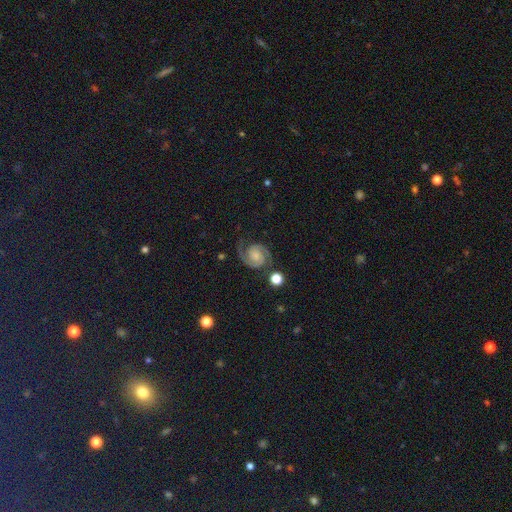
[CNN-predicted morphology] Smooth or featured? Predicted: featured or disk (p=0.89). Edge-on disk? Predicted: no (p=0.98). Bar? Predicted: no (p=0.67). Spiral arms? Predicted: yes (p=0.98). Spiral winding? Predicted: medium (p=0.47). Spiral arm count? Predicted: 2 (p=0.94). Bulge size? Predicted: small (p=0.39). Merging? Predicted: none (p=0.79).